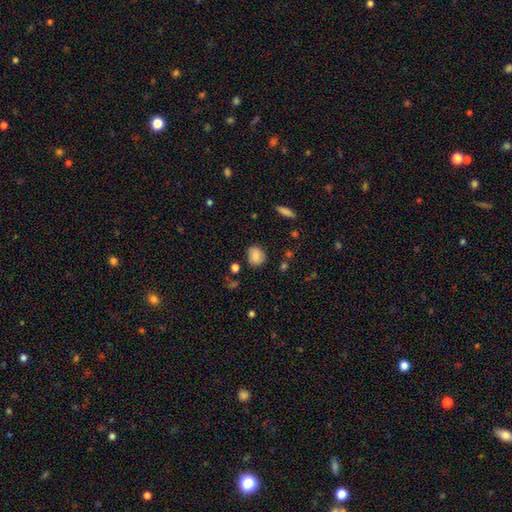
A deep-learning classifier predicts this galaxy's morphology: A smooth galaxy with no disk features (84%) that is round (63%).

Vote fractions:
- Smooth or featured? smooth: 84% / star or artifact: 9% / featured or disk: 8%
- How rounded? round: 63% / in between: 36% / cigar-shaped: 1%
- Merging? none: 81% / minor disturbance: 13% / major disturbance: 3% / merger: 3%